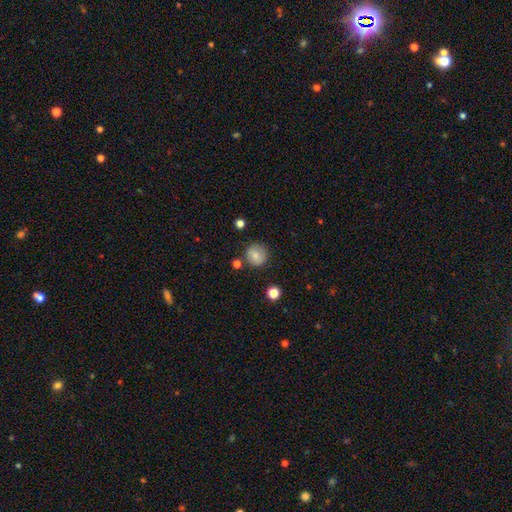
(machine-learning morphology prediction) A smooth galaxy with no disk features (79%) that is round (91%).

Vote fractions:
- Smooth or featured? smooth: 79% / featured or disk: 12% / star or artifact: 9%
- How rounded? round: 91% / in between: 8% / cigar-shaped: 1%
- Merging? none: 80% / minor disturbance: 12% / merger: 4% / major disturbance: 3%